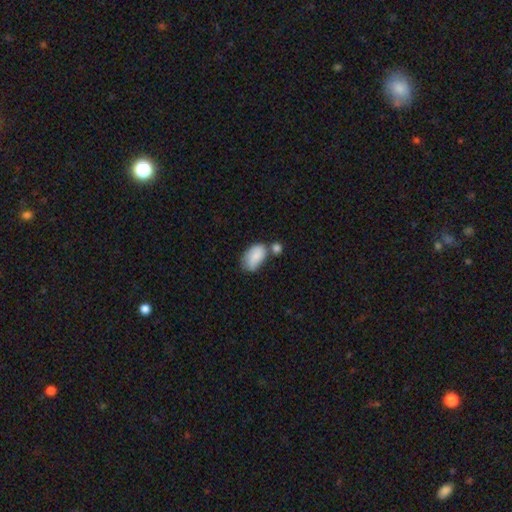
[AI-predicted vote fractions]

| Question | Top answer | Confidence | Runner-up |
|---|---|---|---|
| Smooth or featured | smooth | 81% | featured or disk (13%) |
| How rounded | in between | 92% | round (6%) |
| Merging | none | 37% | merger (32%) |